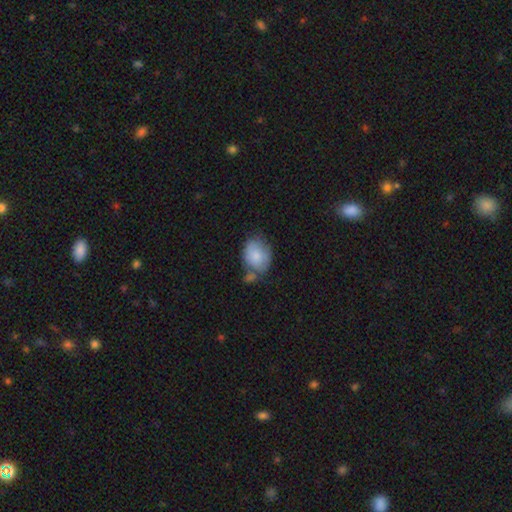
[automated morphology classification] Smooth or featured: smooth — 79% (featured or disk — 15%)
How rounded: in between — 59% (round — 40%)
Merging: none — 42% (minor disturbance — 26%)